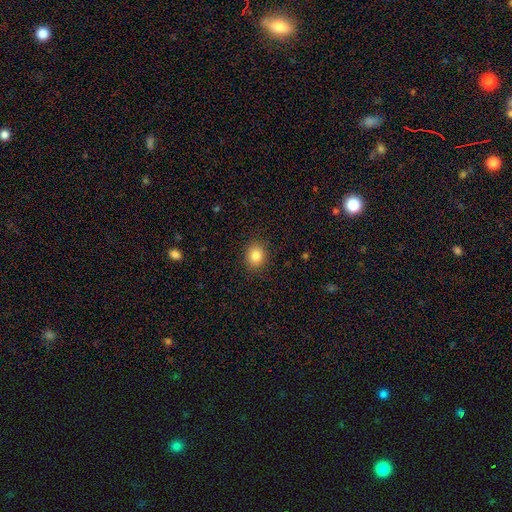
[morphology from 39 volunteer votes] smooth_or_featured: smooth (p=0.92) [alt: featured or disk p=0.08]
how_rounded: round (p=0.67) [alt: in between p=0.33]
merging: none (p=0.90) [alt: minor disturbance p=0.08]